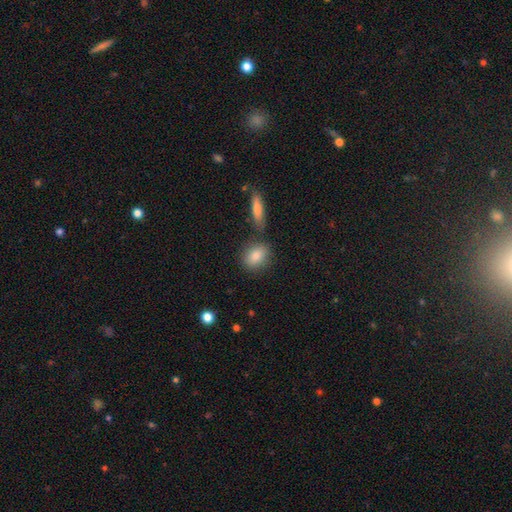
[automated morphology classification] This is clearly a smooth galaxy (84%). How rounded: likely in between (62%). Merging: likely none (73%).